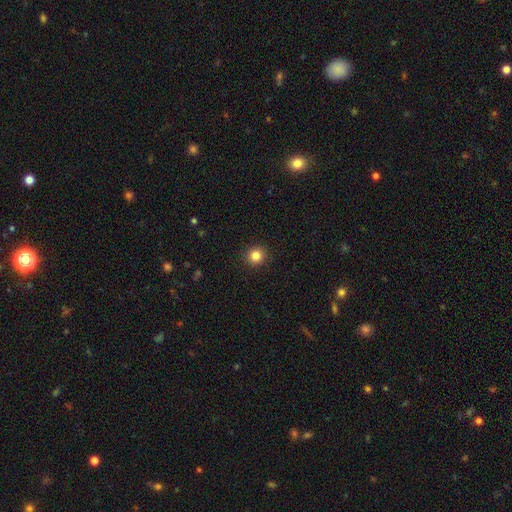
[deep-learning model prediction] smooth 84%, star or artifact 11%, featured or disk 5%. Down the decision tree: how rounded — round (92%); merging — none (93%).